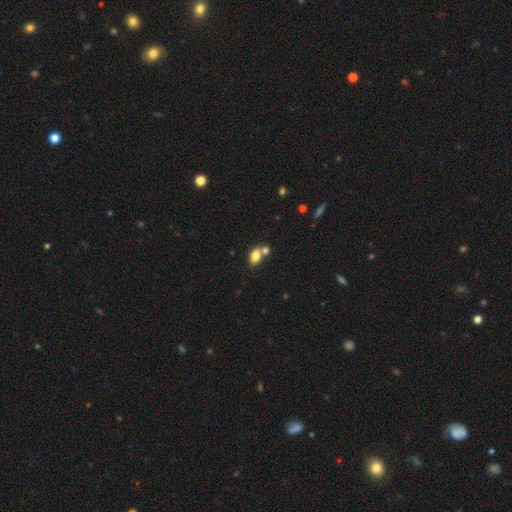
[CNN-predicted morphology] smooth 81%, star or artifact 10%, featured or disk 9%. Down the decision tree: how rounded — in between (81%); merging — none (45%).